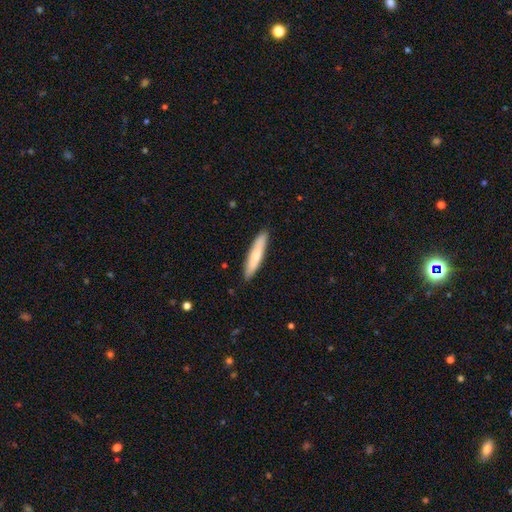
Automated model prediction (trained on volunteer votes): The model was most divided on "smooth or featured": smooth: 71%, featured or disk: 24%, star or artifact: 5%. More confident: merging — none (90%); how rounded — cigar-shaped (89%).